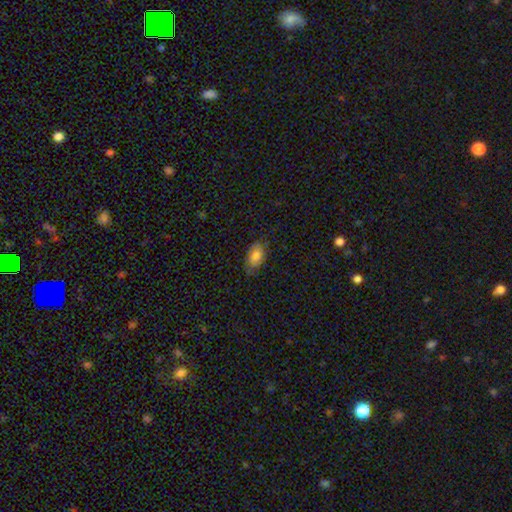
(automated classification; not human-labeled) This is clearly a smooth galaxy (80%). How rounded: clearly in between (92%). Merging: likely none (73%).